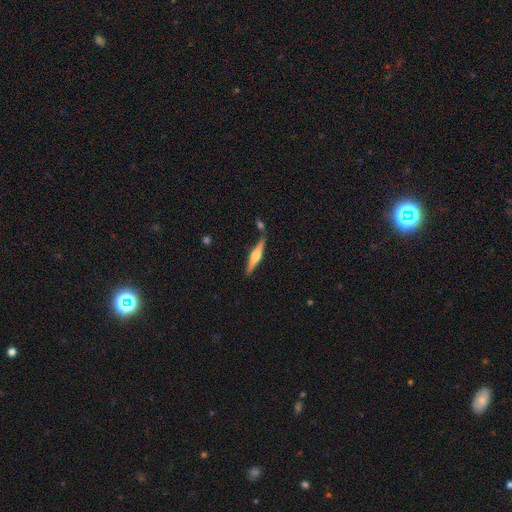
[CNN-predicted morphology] Smooth or featured: featured or disk — 68% (smooth — 26%)
Edge-on disk: yes — 97% (no — 3%)
Edge-on bulge: rounded — 86% (boxy — 10%)
Merging: none — 81% (minor disturbance — 10%)